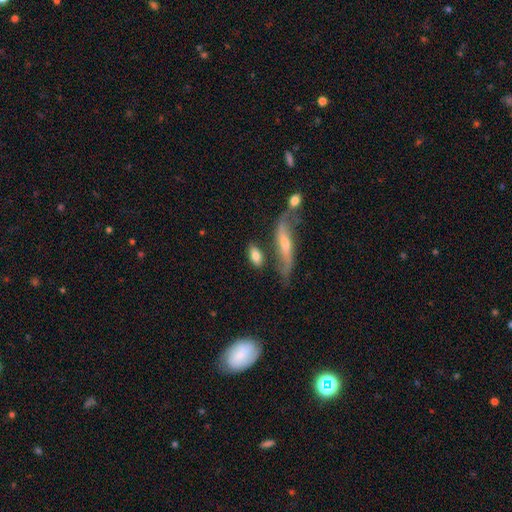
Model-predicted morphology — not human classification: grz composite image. It shows a smooth galaxy with no disk features (75%) that is in between round and cigar-shaped (81%). Merging: none (59%).